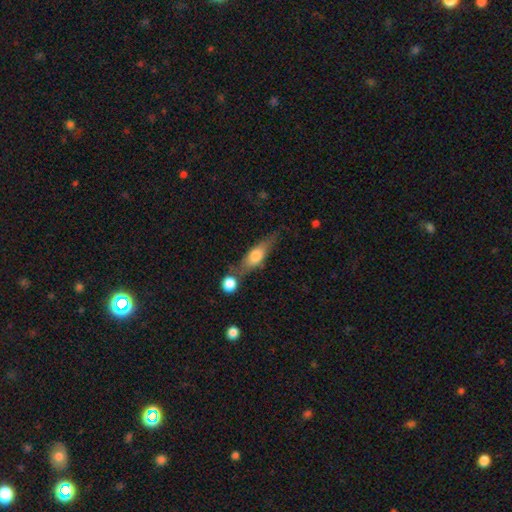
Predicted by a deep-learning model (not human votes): Q: Smooth or featured?
A: smooth (55%); runner-up: featured or disk (38%)
Q: How rounded?
A: in between (49%); runner-up: cigar-shaped (46%)
Q: Merging?
A: none (53%); runner-up: minor disturbance (20%)